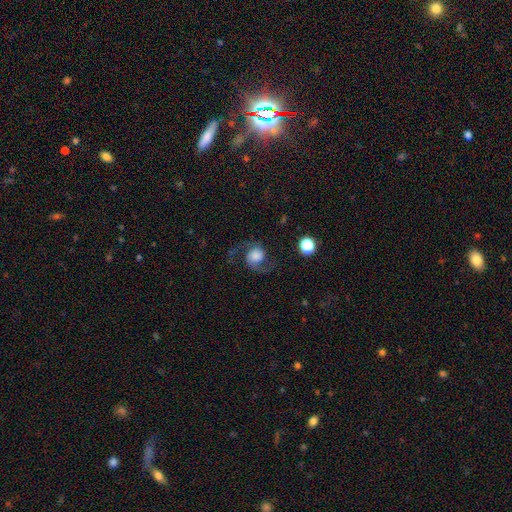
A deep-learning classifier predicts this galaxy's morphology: The model was most divided on "spiral winding": loose: 52%, medium: 40%, tight: 8%. Remaining: edge-on disk — no (98%); spiral arms — yes (96%); spiral arm count — 2 (91%); smooth or featured — featured or disk (74%); merging — none (70%); bar — no (69%); bulge size — large (35%).